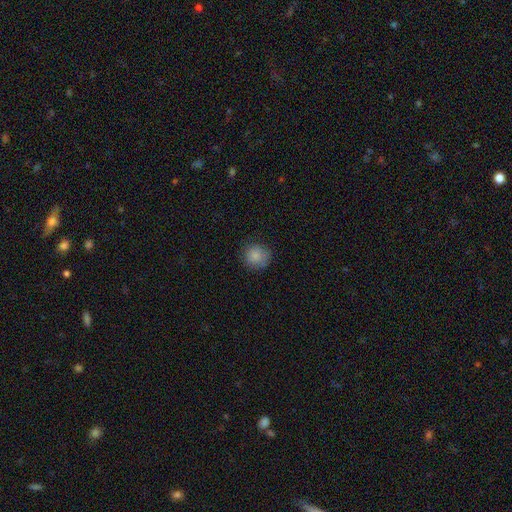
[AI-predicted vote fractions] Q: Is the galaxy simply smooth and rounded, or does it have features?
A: smooth — 84%.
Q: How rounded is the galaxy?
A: round — 91%.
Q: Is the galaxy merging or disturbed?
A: none — 81%.